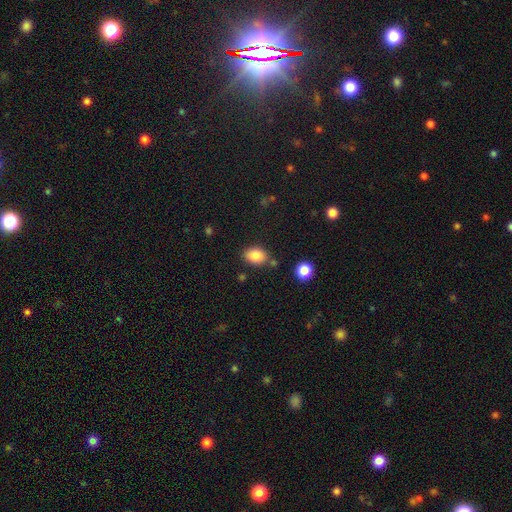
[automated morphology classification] smooth_or_featured: smooth (p=0.85) [alt: star or artifact p=0.09]
how_rounded: in between (p=0.74) [alt: round p=0.25]
merging: none (p=0.76) [alt: minor disturbance p=0.13]